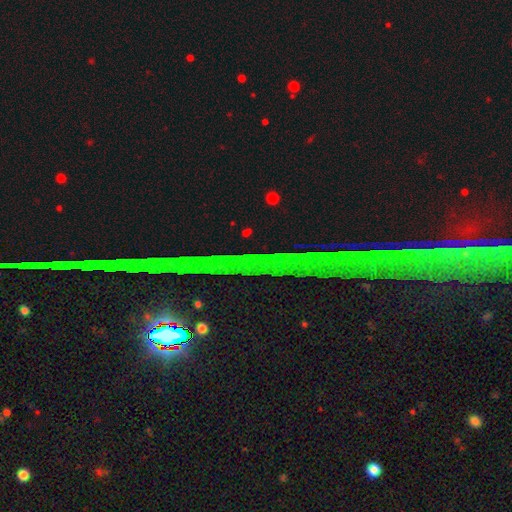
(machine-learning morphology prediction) type=star or artifact (86%).